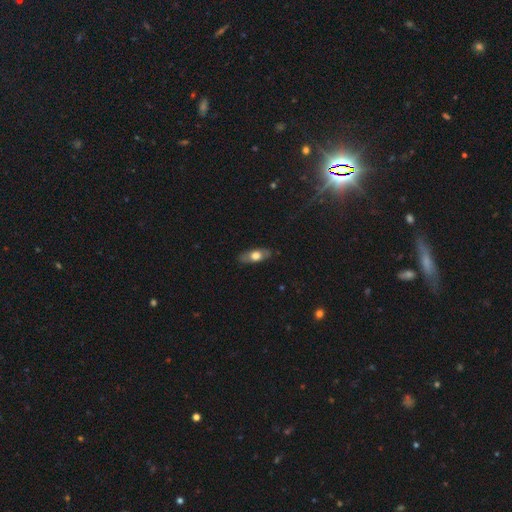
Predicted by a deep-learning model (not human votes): The model was most divided on "smooth or featured": smooth: 56%, featured or disk: 38%, star or artifact: 6%. More confident: merging — none (83%); how rounded — in between (77%).